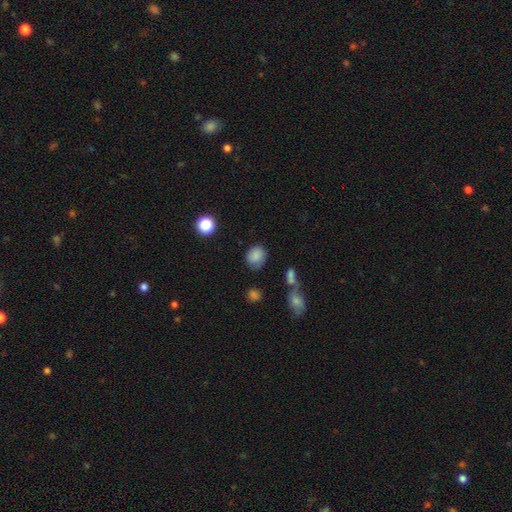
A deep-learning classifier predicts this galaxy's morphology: A smooth galaxy with no disk features (82%) that is round (61%).

Vote fractions:
- Smooth or featured? smooth: 82% / star or artifact: 10% / featured or disk: 8%
- How rounded? round: 61% / in between: 38% / cigar-shaped: 1%
- Merging? none: 75% / minor disturbance: 17% / major disturbance: 5% / merger: 3%